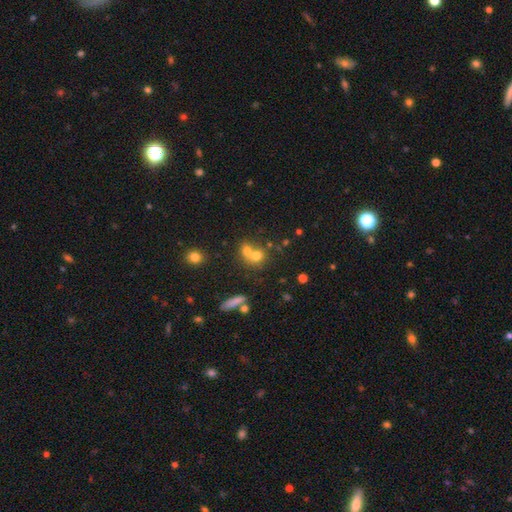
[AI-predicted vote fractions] Smooth or featured? smooth (68%)
How rounded? round (75%)
Merging? merger (59%)